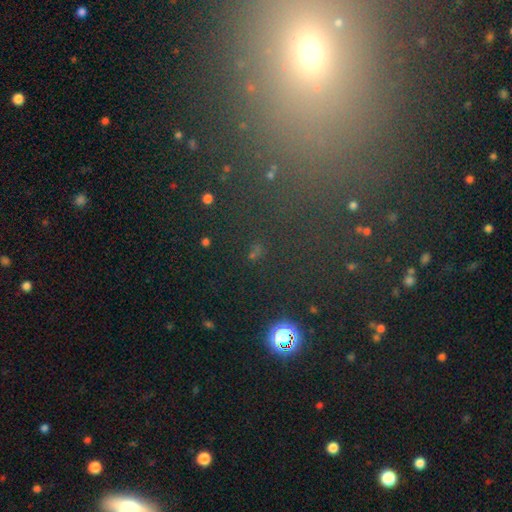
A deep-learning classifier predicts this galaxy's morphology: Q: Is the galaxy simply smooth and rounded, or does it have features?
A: star or artifact — 61%.